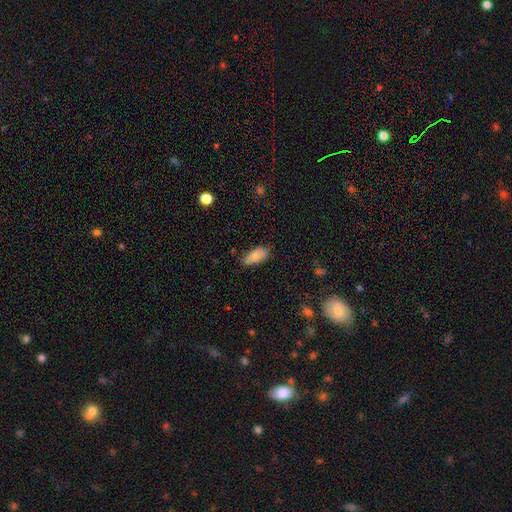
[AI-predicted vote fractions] Overall: smooth (84%). How rounded: in between (85%). Merging: none (66%; minor disturbance 27%).